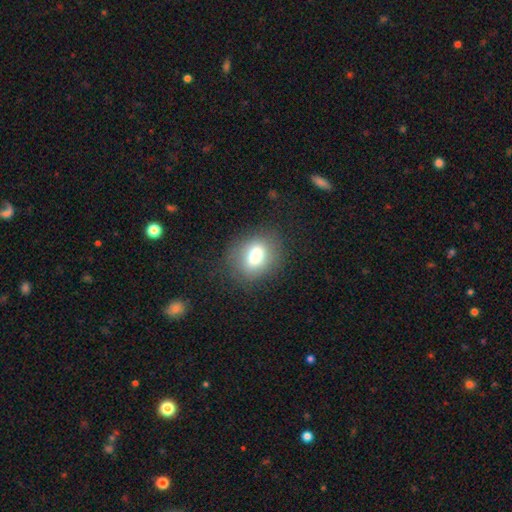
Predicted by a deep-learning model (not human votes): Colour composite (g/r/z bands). It shows a smooth galaxy with no disk features (74%) that is in between round and cigar-shaped (57%). Merging: none (81%).